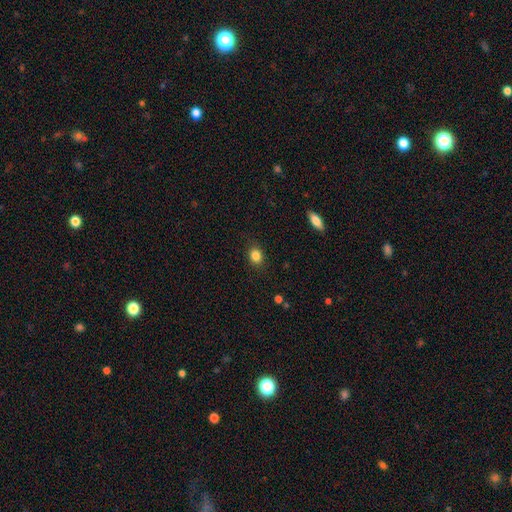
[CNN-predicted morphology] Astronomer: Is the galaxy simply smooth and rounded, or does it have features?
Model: smooth — 84%.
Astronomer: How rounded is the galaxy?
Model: round — 51% (runner-up: in between, 47%).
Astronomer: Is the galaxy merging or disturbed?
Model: none — 85%.